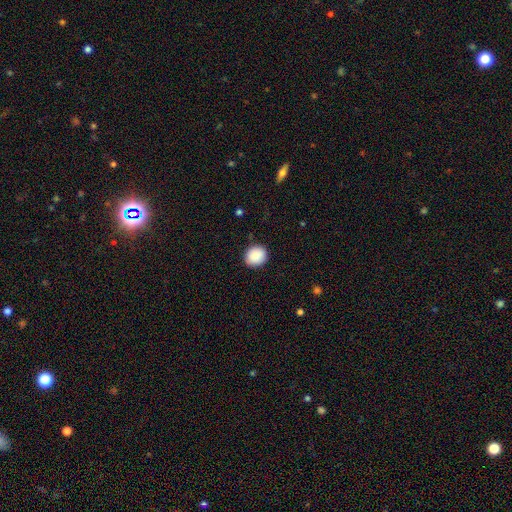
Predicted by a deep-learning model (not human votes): smooth-or-featured: smooth: 89% | star or artifact: 7% | featured or disk: 4%
  how-rounded: round: 73% | in between: 26% | cigar-shaped: 1%
  merging: none: 89% | minor disturbance: 8% | major disturbance: 2% | merger: 1%